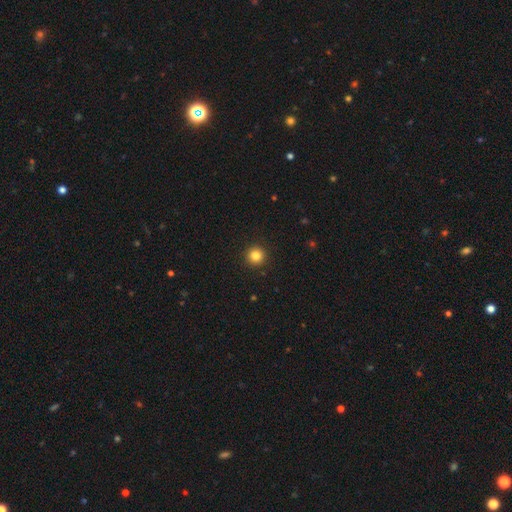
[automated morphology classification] type=smooth (83%); roundness=round (95%); merging=none (93%).